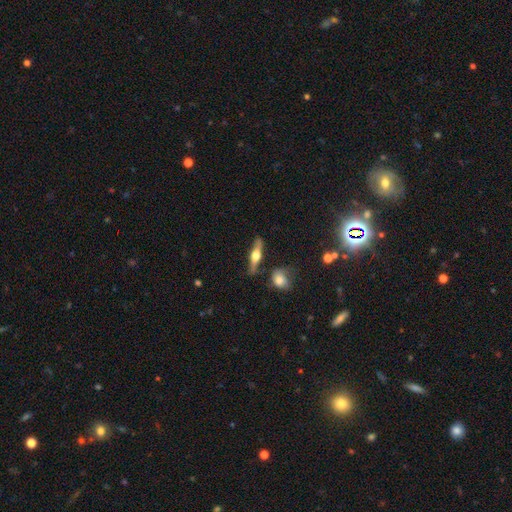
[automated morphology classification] featured or disk 65%, smooth 30%, star or artifact 6%. Down the decision tree: edge-on disk — yes (94%); edge-on bulge — rounded (94%); merging — none (79%).